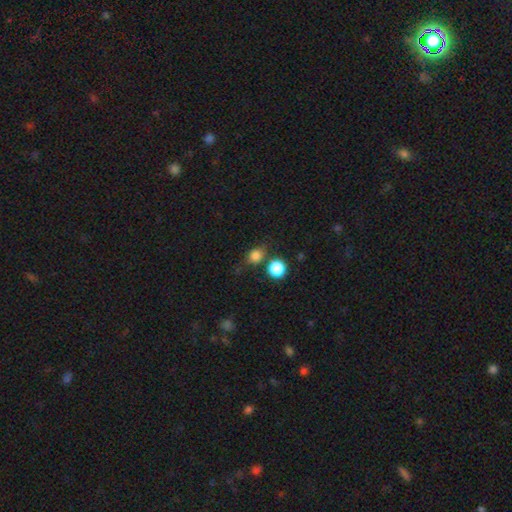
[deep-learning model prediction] Smooth or featured: smooth — 79% (star or artifact — 14%)
How rounded: round — 68% (in between — 30%)
Merging: none — 64% (minor disturbance — 17%)